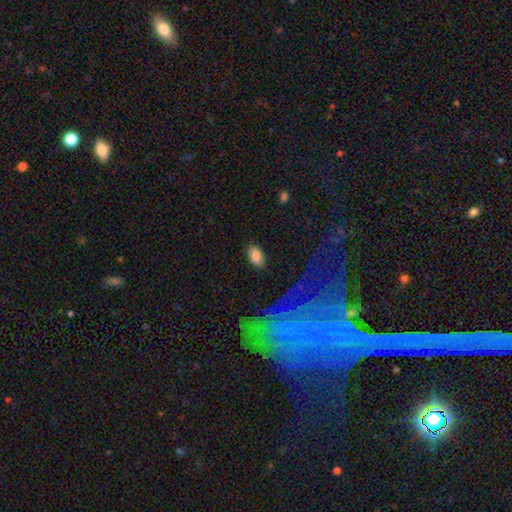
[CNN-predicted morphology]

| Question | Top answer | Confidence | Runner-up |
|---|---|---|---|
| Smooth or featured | smooth | 86% | star or artifact (7%) |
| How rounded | in between | 93% | round (4%) |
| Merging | none | 85% | minor disturbance (11%) |